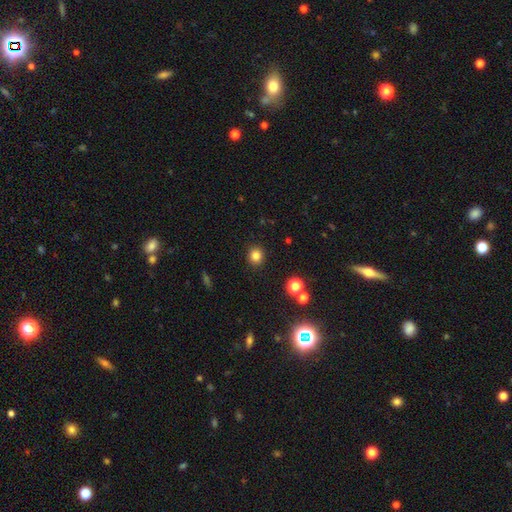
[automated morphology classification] smooth_or_featured: smooth (p=0.82) [alt: star or artifact p=0.13]
how_rounded: round (p=0.86) [alt: in between p=0.13]
merging: none (p=0.91) [alt: minor disturbance p=0.06]